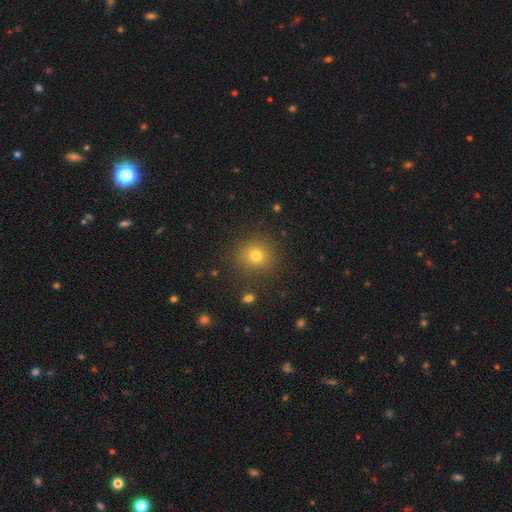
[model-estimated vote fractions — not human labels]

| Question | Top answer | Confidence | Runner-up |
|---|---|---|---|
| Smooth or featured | smooth | 75% | star or artifact (16%) |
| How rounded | round | 89% | in between (10%) |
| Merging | none | 88% | minor disturbance (7%) |